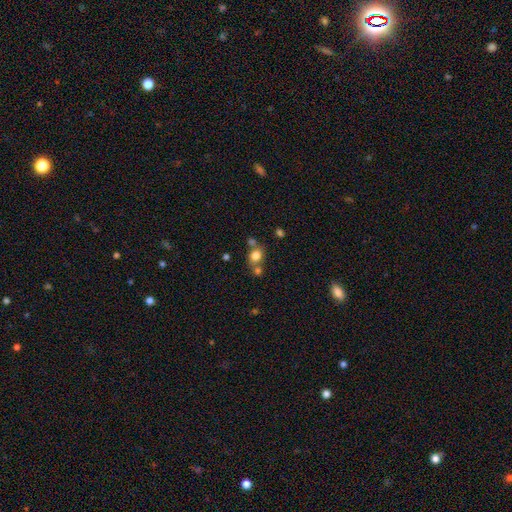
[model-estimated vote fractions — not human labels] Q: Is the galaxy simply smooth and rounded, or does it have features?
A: smooth — 78%.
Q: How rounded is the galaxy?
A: round — 68%.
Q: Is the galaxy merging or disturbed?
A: none — 54%.